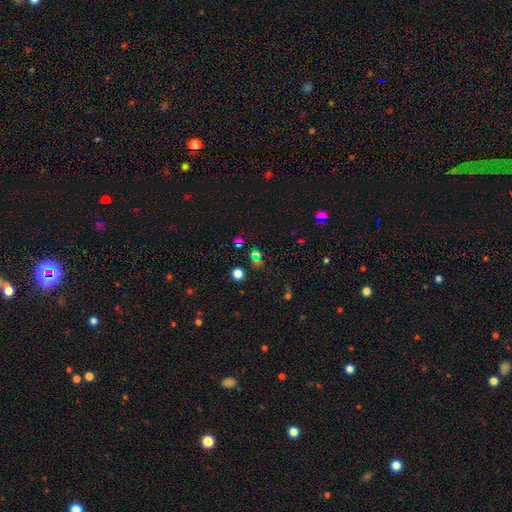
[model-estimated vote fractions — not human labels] star or artifact 53%, smooth 38%, featured or disk 10%.